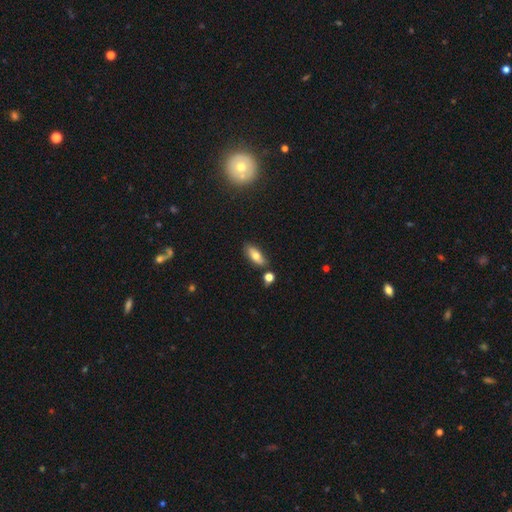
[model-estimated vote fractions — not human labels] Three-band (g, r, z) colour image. It shows a smooth galaxy with no disk features (71%) that is in between round and cigar-shaped (81%). Merging: none (76%).